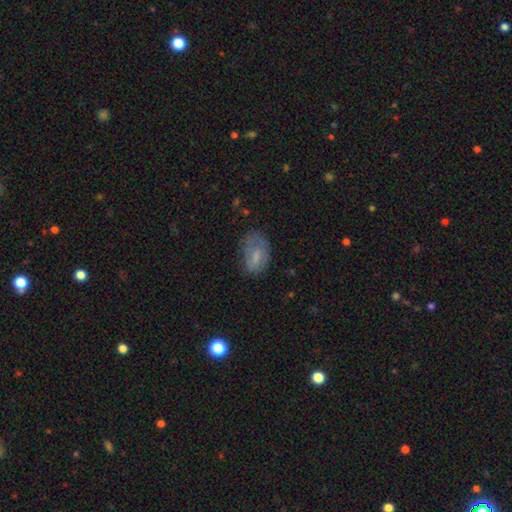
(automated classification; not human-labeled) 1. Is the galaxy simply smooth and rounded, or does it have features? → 62% smooth, 29% featured or disk, 9% star or artifact.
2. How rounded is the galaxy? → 86% in between, 11% round, 2% cigar-shaped.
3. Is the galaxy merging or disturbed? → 49% none, 30% minor disturbance, 18% major disturbance, 2% merger.